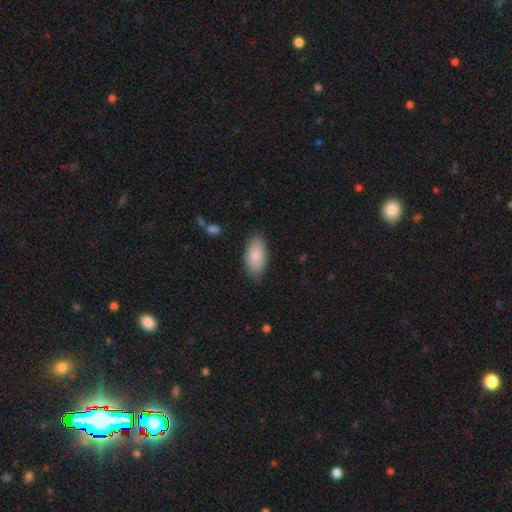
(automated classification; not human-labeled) Smooth or featured? smooth (88%)
How rounded? in between (93%)
Merging? none (82%)